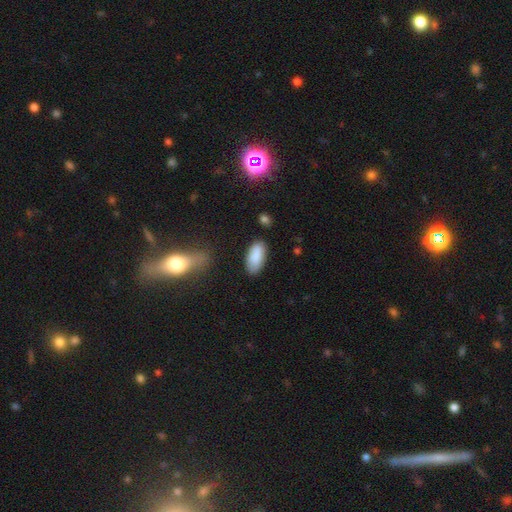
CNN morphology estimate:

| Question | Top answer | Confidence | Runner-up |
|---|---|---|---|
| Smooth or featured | smooth | 87% | featured or disk (7%) |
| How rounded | in between | 90% | cigar-shaped (9%) |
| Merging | none | 79% | minor disturbance (15%) |